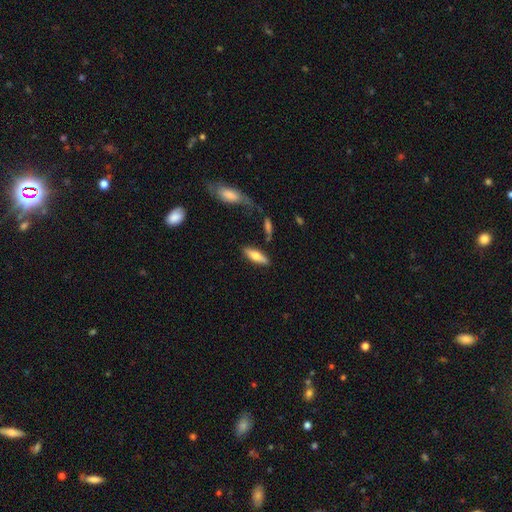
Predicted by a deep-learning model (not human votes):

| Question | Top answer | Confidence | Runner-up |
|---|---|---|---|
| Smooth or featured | smooth | 62% | featured or disk (31%) |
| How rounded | in between | 57% | cigar-shaped (40%) |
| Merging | none | 81% | minor disturbance (12%) |